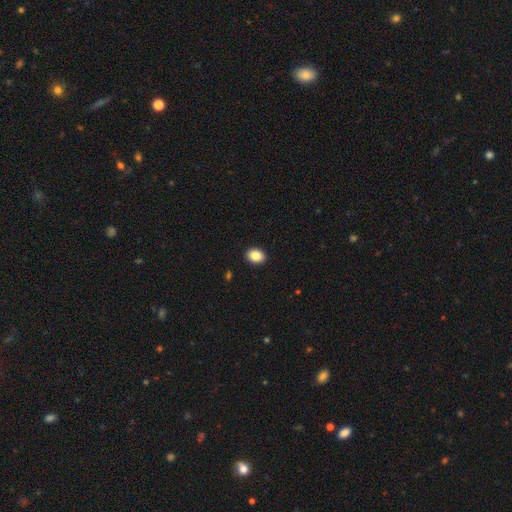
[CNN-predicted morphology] This appears to be a smooth galaxy with no disk features (85%) that is in between round and cigar-shaped (62%). Merging: none (92%).